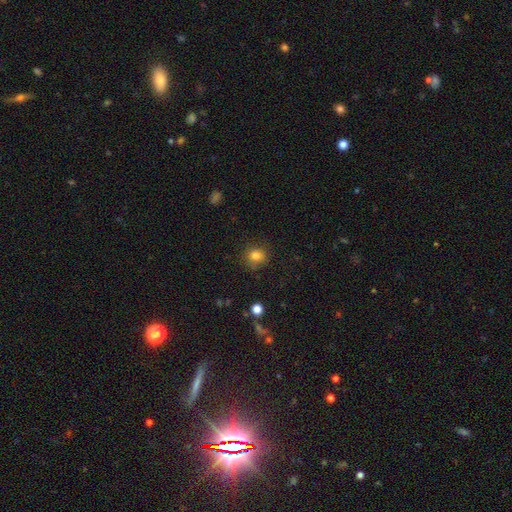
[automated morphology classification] Smooth or featured? smooth (82%)
How rounded? round (79%)
Merging? none (81%)